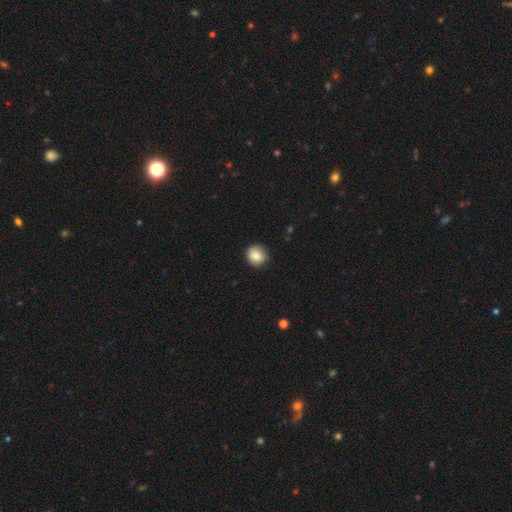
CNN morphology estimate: smooth-or-featured: smooth: 82% | featured or disk: 9% | star or artifact: 9%
  how-rounded: round: 90% | in between: 10% | cigar-shaped: 1%
  merging: none: 86% | minor disturbance: 11% | major disturbance: 2% | merger: 1%